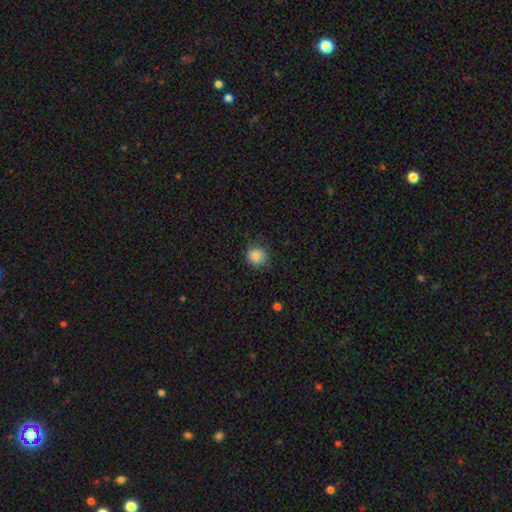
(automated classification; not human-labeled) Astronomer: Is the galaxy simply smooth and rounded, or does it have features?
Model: smooth — 84%.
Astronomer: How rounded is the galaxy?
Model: round — 88%.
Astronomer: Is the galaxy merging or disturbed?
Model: none — 82%.